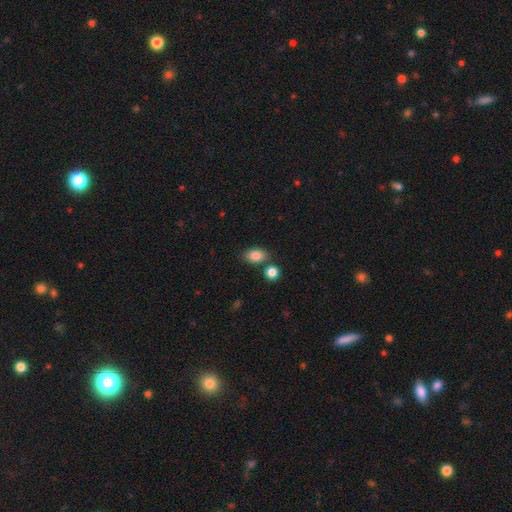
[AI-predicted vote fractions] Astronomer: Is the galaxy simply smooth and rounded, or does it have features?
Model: smooth — 85%.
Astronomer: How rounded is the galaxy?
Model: in between — 83%.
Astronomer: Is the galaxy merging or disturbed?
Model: none — 73%.